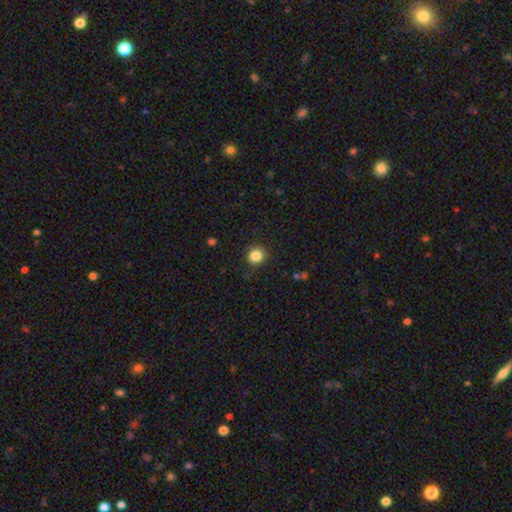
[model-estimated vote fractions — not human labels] This appears to be a smooth galaxy with no disk features (85%) that is round (88%). Merging: none (89%).